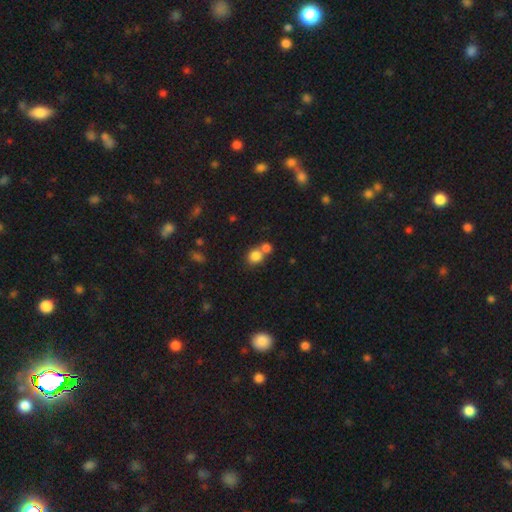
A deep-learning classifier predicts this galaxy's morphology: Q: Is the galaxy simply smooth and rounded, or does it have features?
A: smooth — 82%.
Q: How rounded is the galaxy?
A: round — 77%.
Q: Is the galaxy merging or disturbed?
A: none — 46%.